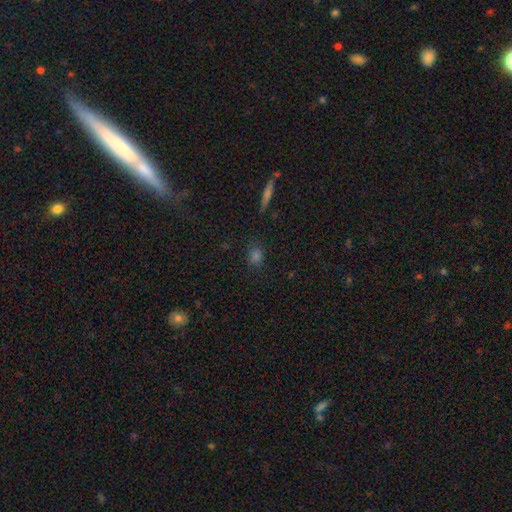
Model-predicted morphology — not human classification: This appears to be a smooth galaxy with no disk features (72%) that is round (53%). Merging: none (81%).